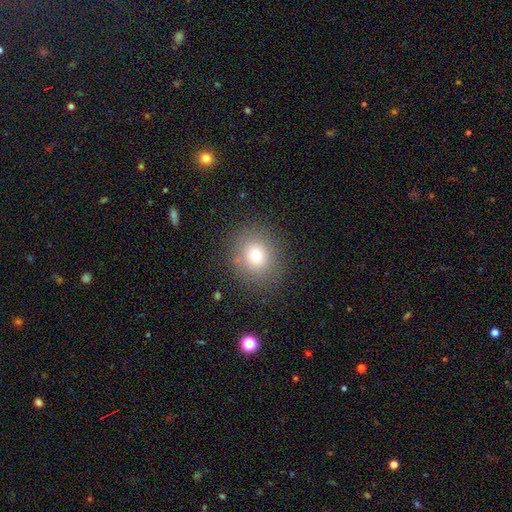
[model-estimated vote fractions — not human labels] This appears to be a smooth galaxy with no disk features (73%) that is round (74%). Merging: none (85%).